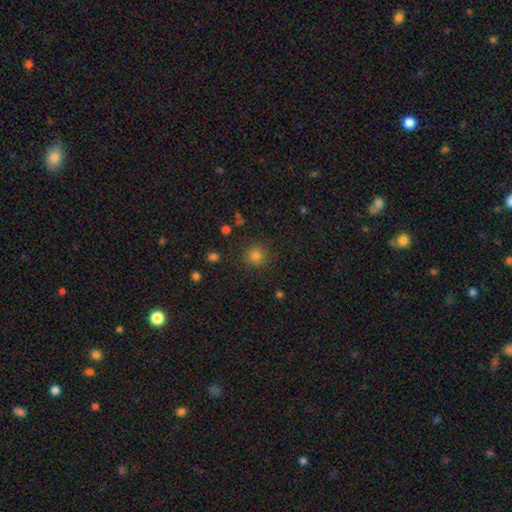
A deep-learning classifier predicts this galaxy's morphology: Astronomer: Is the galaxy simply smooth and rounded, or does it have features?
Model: smooth — 78%.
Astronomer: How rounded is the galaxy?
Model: round — 94%.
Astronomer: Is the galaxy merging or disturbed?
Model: none — 89%.